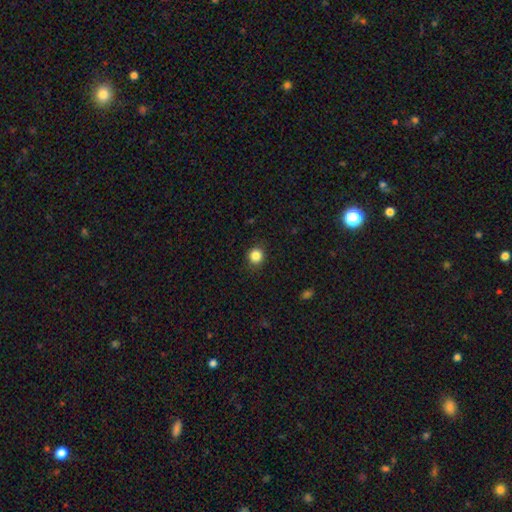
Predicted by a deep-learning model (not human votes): Q: Smooth or featured?
A: smooth (85%); runner-up: star or artifact (11%)
Q: How rounded?
A: round (87%); runner-up: in between (12%)
Q: Merging?
A: none (89%); runner-up: minor disturbance (8%)